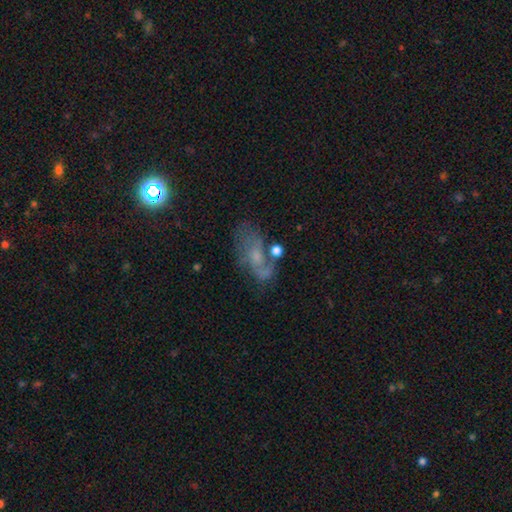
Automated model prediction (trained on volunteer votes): smooth-or-featured: featured or disk: 57% | smooth: 28% | star or artifact: 15%
  disk-edge-on: no: 93% | yes: 7%
    bar: no: 66% | weak: 28% | strong: 5%
    has-spiral-arms: yes: 67% | no: 33%
    bulge-size: small: 45% | moderate: 31% | none: 19% | large: 4% | dominant: 2%
  merging: none: 43% | major disturbance: 22% | minor disturbance: 22% | merger: 12%